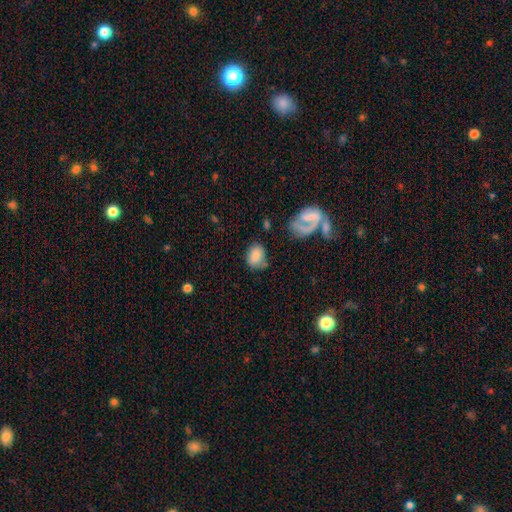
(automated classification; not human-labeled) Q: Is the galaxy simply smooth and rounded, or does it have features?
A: smooth — 80%.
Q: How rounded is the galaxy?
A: in between — 66%.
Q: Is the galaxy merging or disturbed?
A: none — 61%.